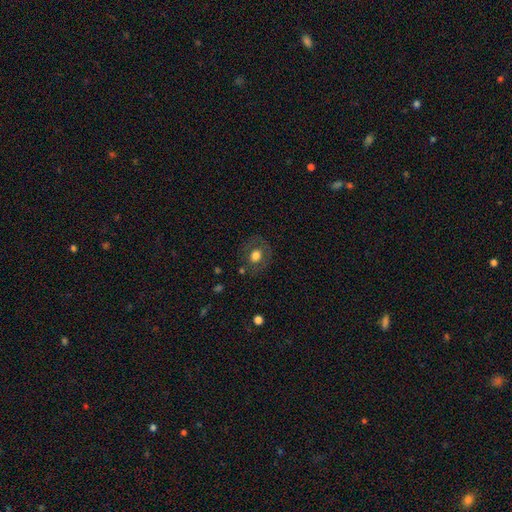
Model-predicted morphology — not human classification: Smooth or featured?
  - smooth: 63% *
  - featured or disk: 27%
  - star or artifact: 9%
How rounded?
  - round: 58% *
  - in between: 41%
  - cigar-shaped: 1%
Merging?
  - none: 77% *
  - minor disturbance: 14%
  - major disturbance: 7%
  - merger: 2%